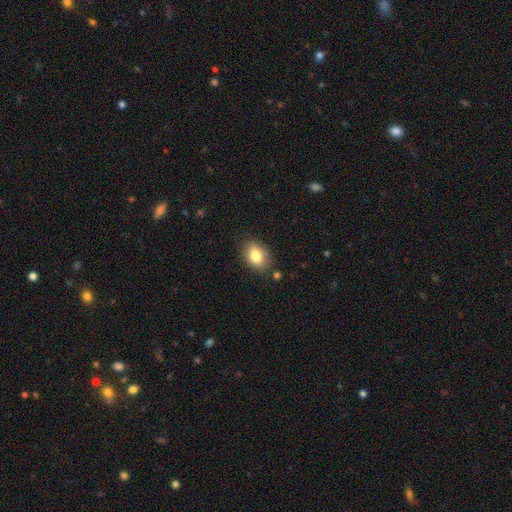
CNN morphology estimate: This is clearly a smooth galaxy (81%). How rounded: likely in between (77%). Merging: clearly none (81%).